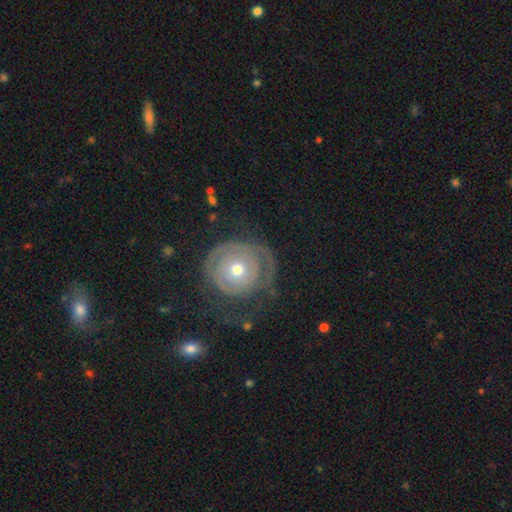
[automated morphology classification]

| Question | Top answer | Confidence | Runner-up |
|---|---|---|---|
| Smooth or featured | featured or disk | 71% | smooth (20%) |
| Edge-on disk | no | 96% | yes (4%) |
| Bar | no | 85% | weak (11%) |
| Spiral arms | yes | 72% | no (28%) |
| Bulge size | moderate | 53% | small (42%) |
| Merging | none | 70% | minor disturbance (16%) |